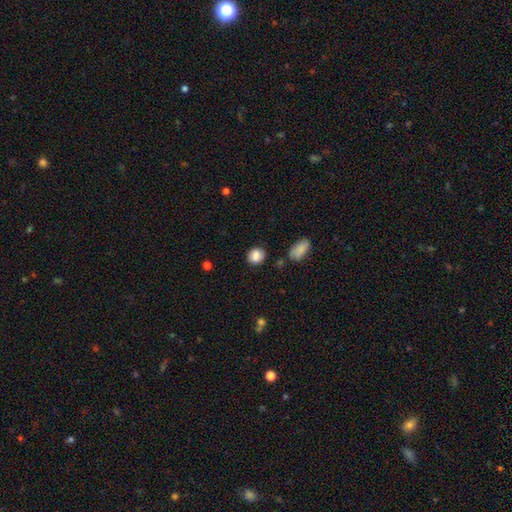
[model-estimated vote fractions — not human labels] The model was most divided on "how rounded": round: 70%, in between: 29%, cigar-shaped: 1%. More confident: smooth or featured — smooth (85%); merging — none (82%).